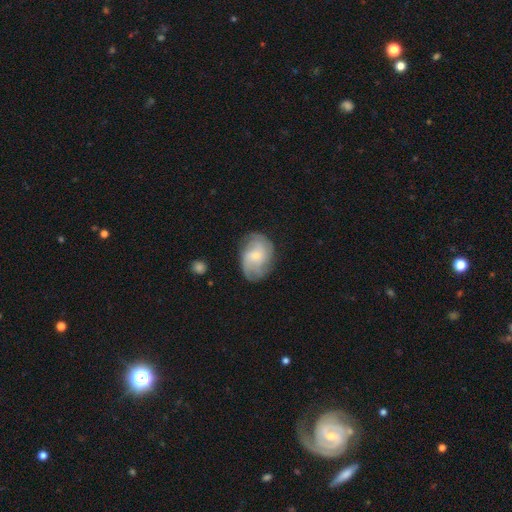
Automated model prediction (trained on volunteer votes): Q: Smooth or featured?
A: featured or disk (65%); runner-up: smooth (29%)
Q: Edge-on disk?
A: no (97%); runner-up: yes (3%)
Q: Bar?
A: no (58%); runner-up: weak (35%)
Q: Spiral arms?
A: yes (87%); runner-up: no (13%)
Q: Spiral winding?
A: medium (42%); runner-up: tight (35%)
Q: Spiral arm count?
A: 2 (41%); runner-up: can't tell (31%)
Q: Bulge size?
A: small (68%); runner-up: moderate (27%)
Q: Merging?
A: none (69%); runner-up: minor disturbance (21%)